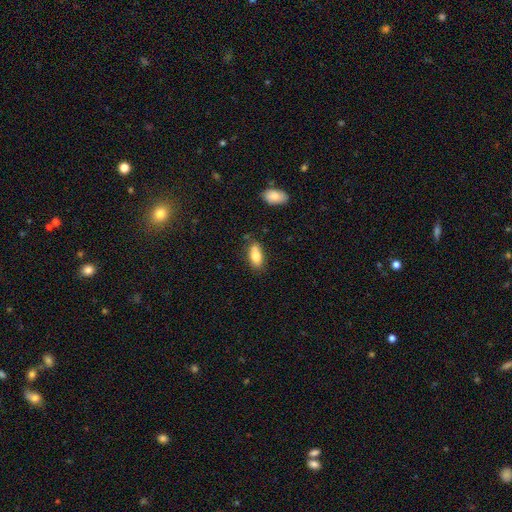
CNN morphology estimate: Smooth or featured? Predicted: smooth (p=0.79). How rounded? Predicted: in between (p=0.86). Merging? Predicted: none (p=0.68).